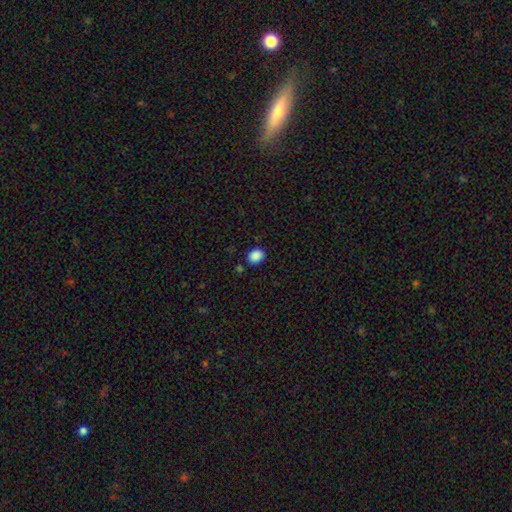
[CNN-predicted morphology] type=smooth (88%); roundness=round (51%); merging=none (85%).